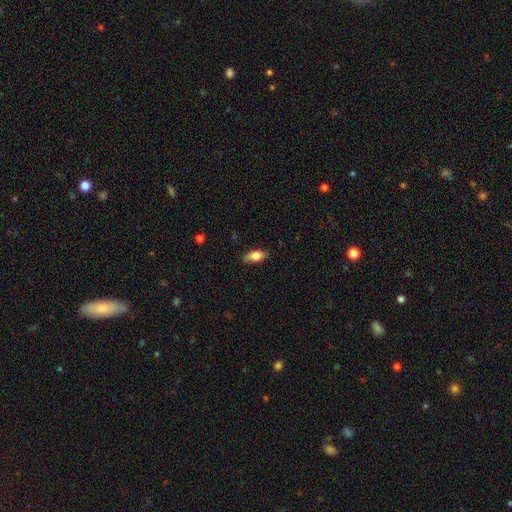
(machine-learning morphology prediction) smooth_or_featured: smooth (p=0.79) [alt: featured or disk p=0.14]
how_rounded: in between (p=0.85) [alt: cigar-shaped p=0.12]
merging: none (p=0.81) [alt: minor disturbance p=0.15]